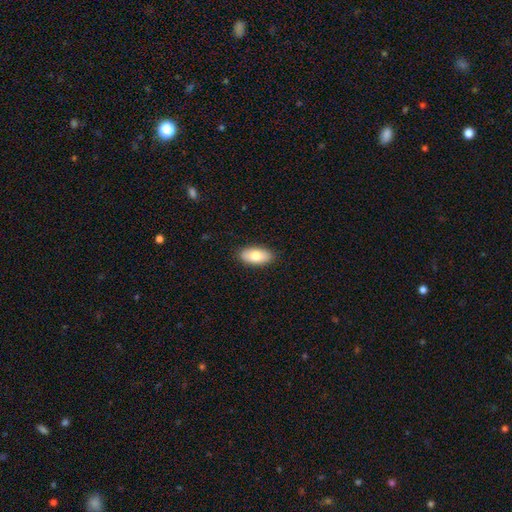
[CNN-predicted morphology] Overall: smooth (77%). How rounded: in between (93%). Merging: none (89%).